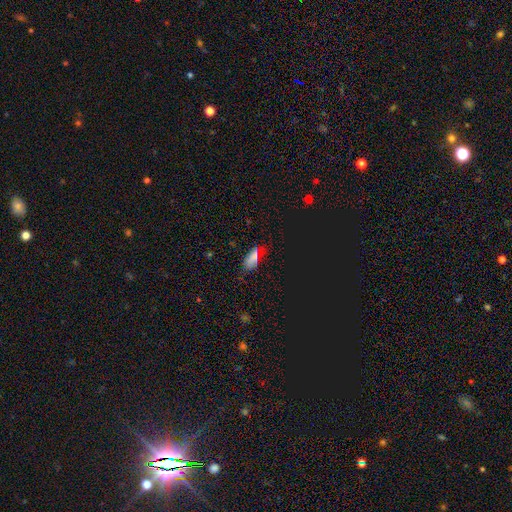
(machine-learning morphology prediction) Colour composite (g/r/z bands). It shows a smooth galaxy with no disk features (57%) that is in between round and cigar-shaped (83%). Merging: none (69%).